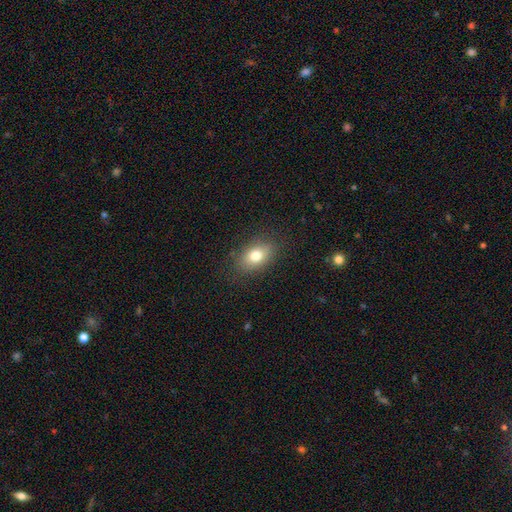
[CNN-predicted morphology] smooth 77%, featured or disk 13%, star or artifact 10%. Down the decision tree: how rounded — in between (83%); merging — none (85%).